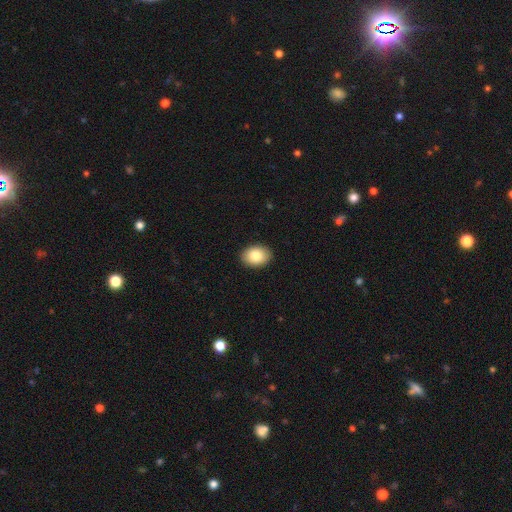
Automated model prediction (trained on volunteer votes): Overall: smooth (84%). How rounded: in between (74%). Merging: none (91%).